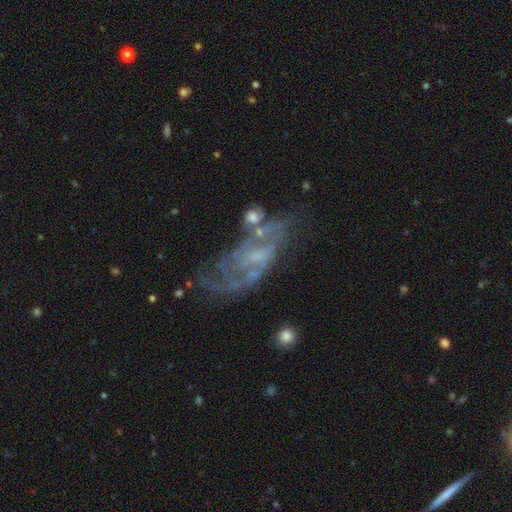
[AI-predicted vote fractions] Overall: featured or disk (71%). Edge-on disk: no (91%). Bar: no (47%; weak 40%). Spiral arms: yes (68%; no 32%). Bulge size: small (51%; none 31%). Merging: none (42%; major disturbance 25%).